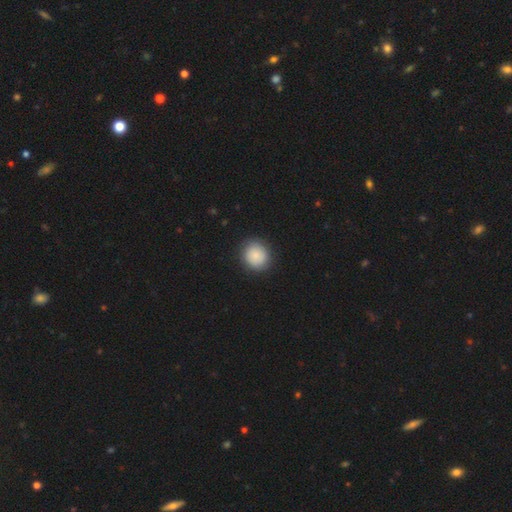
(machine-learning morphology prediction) The model was most divided on "how rounded": round: 82%, in between: 17%, cigar-shaped: 1%. More confident: merging — none (87%); smooth or featured — smooth (85%).